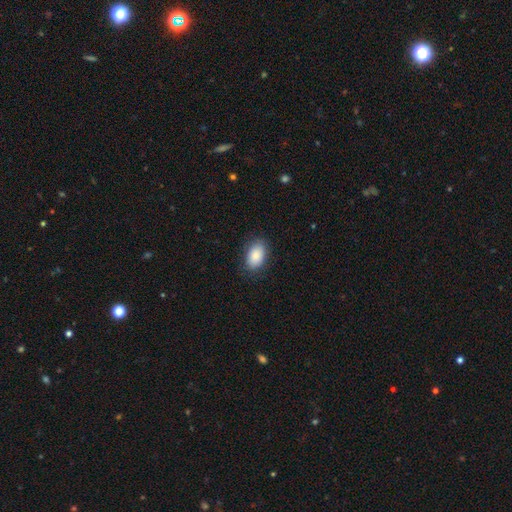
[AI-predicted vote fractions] Overall: smooth (87%). How rounded: in between (88%). Merging: none (84%).